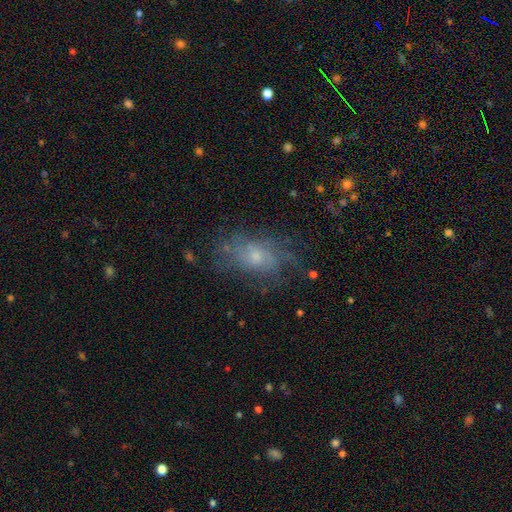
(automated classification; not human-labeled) The model was most divided on "smooth or featured": featured or disk: 50%, smooth: 36%, star or artifact: 14%. More confident: merging — none (61%).